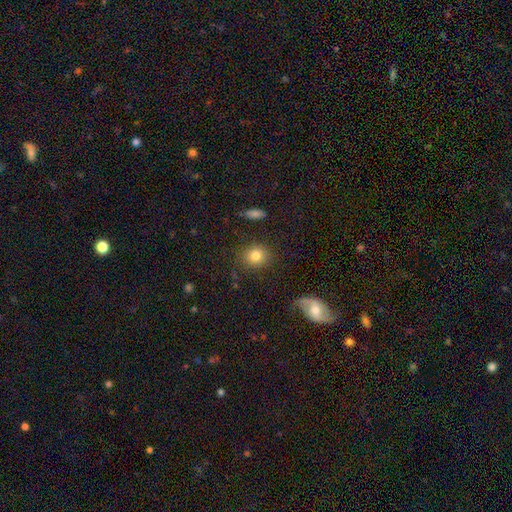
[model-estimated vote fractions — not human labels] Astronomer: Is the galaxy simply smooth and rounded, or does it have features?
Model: smooth — 81%.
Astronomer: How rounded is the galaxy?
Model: round — 70%.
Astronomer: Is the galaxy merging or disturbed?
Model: none — 86%.